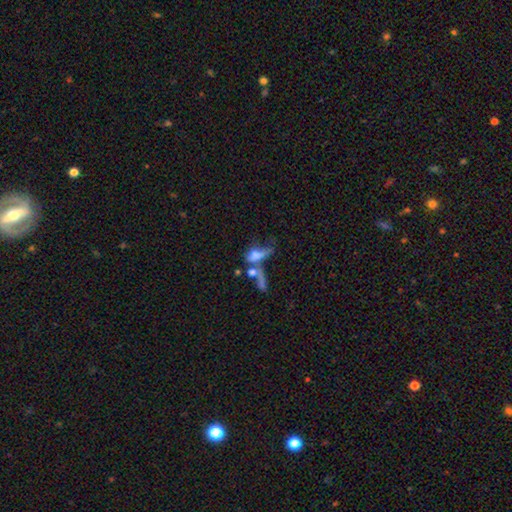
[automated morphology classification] Smooth or featured? smooth (54%)
How rounded? in between (61%)
Merging? merger (50%)